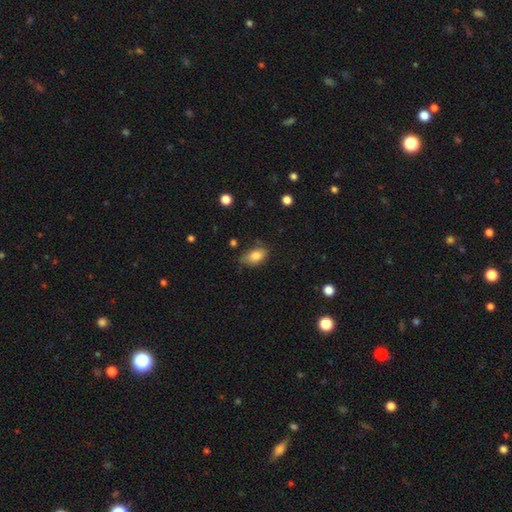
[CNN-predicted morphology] Smooth or featured? Predicted: smooth (p=0.82). How rounded? Predicted: in between (p=0.88). Merging? Predicted: none (p=0.65).